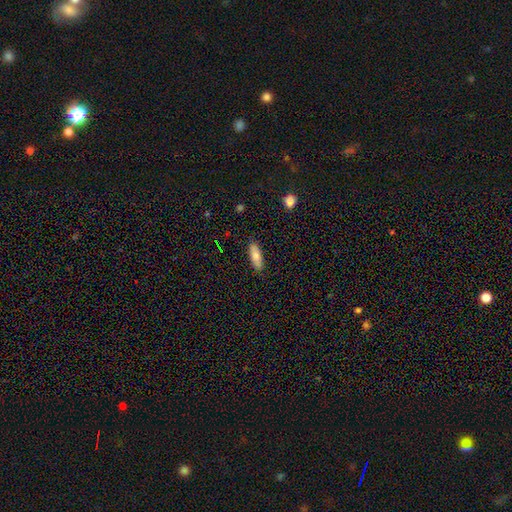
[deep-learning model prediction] Smooth or featured? smooth (74%)
How rounded? in between (59%)
Merging? none (88%)